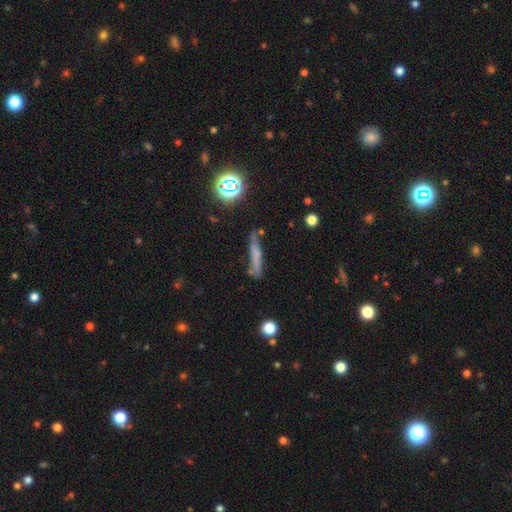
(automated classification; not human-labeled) Smooth or featured: smooth — 55% (featured or disk — 31%)
How rounded: cigar-shaped — 88% (in between — 8%)
Merging: none — 67% (minor disturbance — 21%)